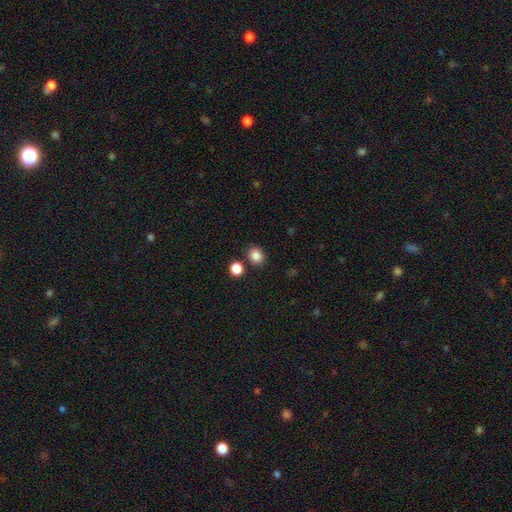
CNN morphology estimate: The model was most divided on "how rounded": round: 66%, in between: 34%, cigar-shaped: 1%. More confident: smooth or featured — smooth (84%); merging — none (81%).